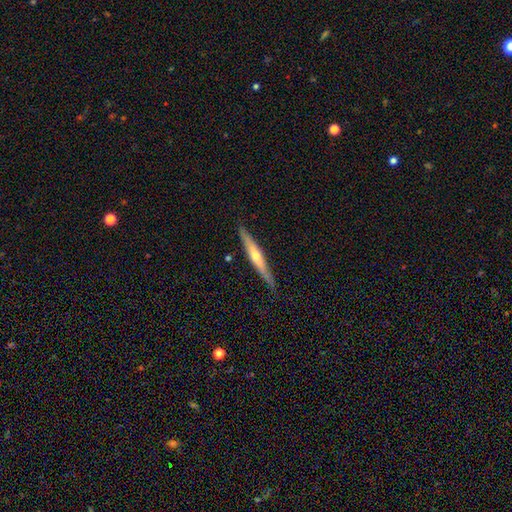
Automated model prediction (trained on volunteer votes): Morphology: type=featured or disk (64%); edge-on=yes (96%); edge-on bulge=rounded (76%); merging=none (86%).